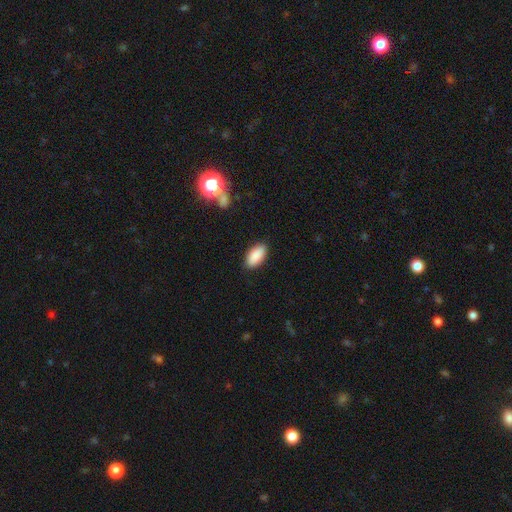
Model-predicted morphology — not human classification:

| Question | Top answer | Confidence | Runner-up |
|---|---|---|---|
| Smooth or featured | smooth | 89% | star or artifact (7%) |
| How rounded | in between | 93% | cigar-shaped (4%) |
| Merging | none | 87% | minor disturbance (10%) |